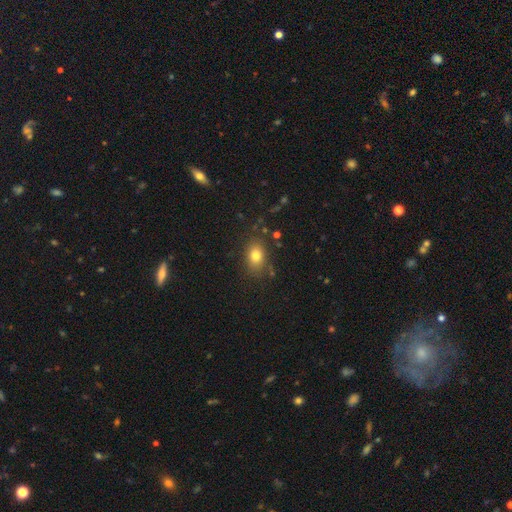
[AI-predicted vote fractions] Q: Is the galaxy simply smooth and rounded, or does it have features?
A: smooth — 79%.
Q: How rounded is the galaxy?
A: in between — 70%.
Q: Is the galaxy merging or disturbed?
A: none — 81%.